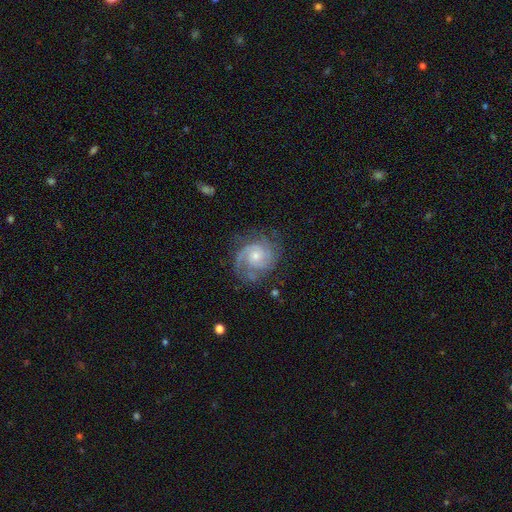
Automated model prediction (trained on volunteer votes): Overall: featured or disk (88%). Edge-on disk: no (98%). Bar: no (73%). Spiral arms: yes (97%). Spiral arm count: 2 (38%; 3 28%). Spiral winding: tight (53%; medium 37%). Bulge size: small (61%; moderate 34%). Merging: none (70%).